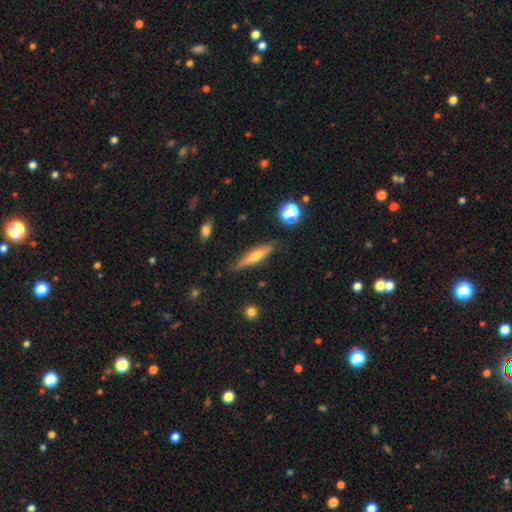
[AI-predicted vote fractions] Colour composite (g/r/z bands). It shows a featured or disk galaxy (50%) viewed edge-on (92%). Merging: none (84%).